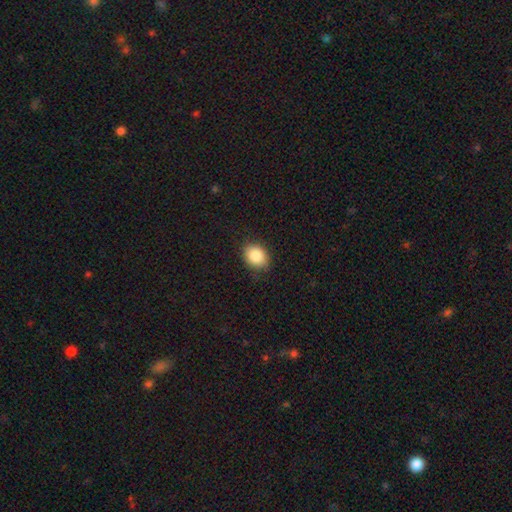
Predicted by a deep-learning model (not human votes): A smooth galaxy with no disk features (87%) that is in between round and cigar-shaped (59%).

Vote fractions:
- Smooth or featured? smooth: 87% / star or artifact: 8% / featured or disk: 5%
- How rounded? in between: 59% / round: 40% / cigar-shaped: 1%
- Merging? none: 85% / minor disturbance: 12% / major disturbance: 3% / merger: 1%